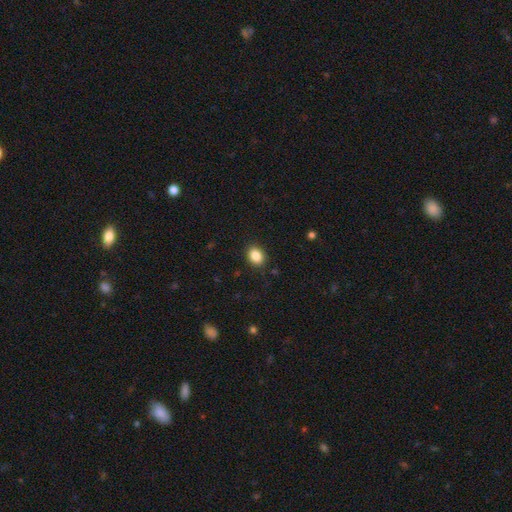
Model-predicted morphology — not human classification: Smooth or featured? smooth (87%)
How rounded? in between (59%)
Merging? none (89%)